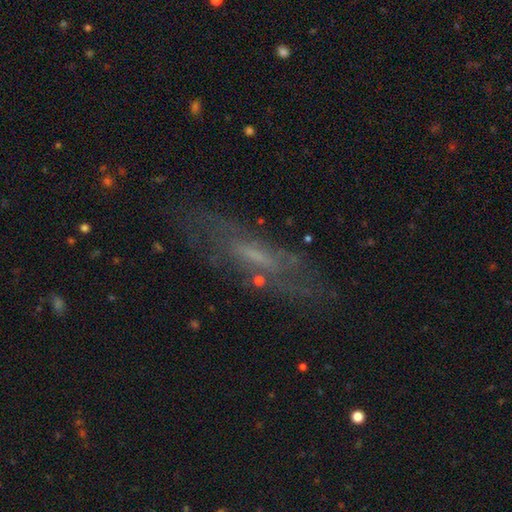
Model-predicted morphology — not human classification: type=featured or disk (62%); edge-on=no (60%); merging=none (70%).